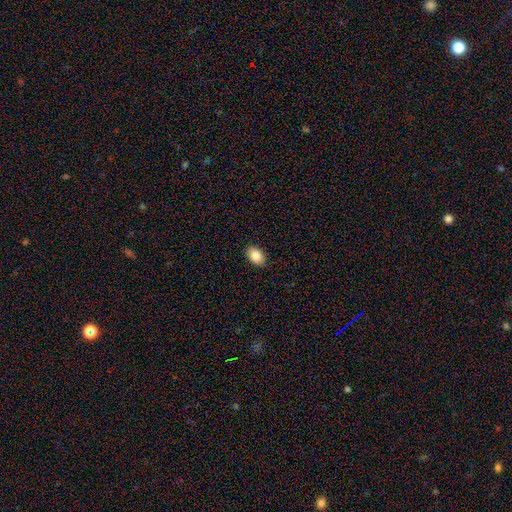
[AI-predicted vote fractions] Smooth or featured? Predicted: smooth (p=0.86). How rounded? Predicted: in between (p=0.88). Merging? Predicted: none (p=0.90).